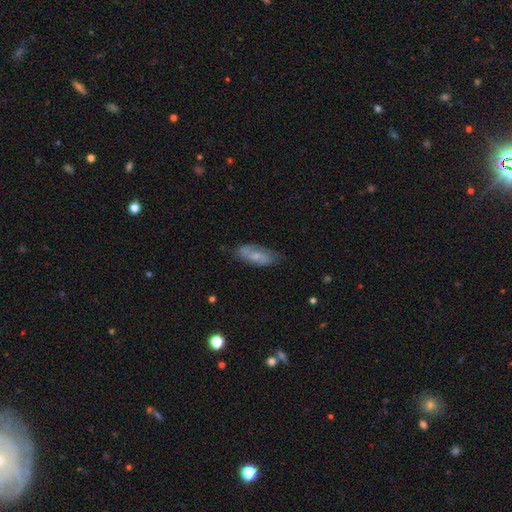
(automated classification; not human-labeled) This appears to be a featured or disk galaxy (47%). Merging: none (68%).